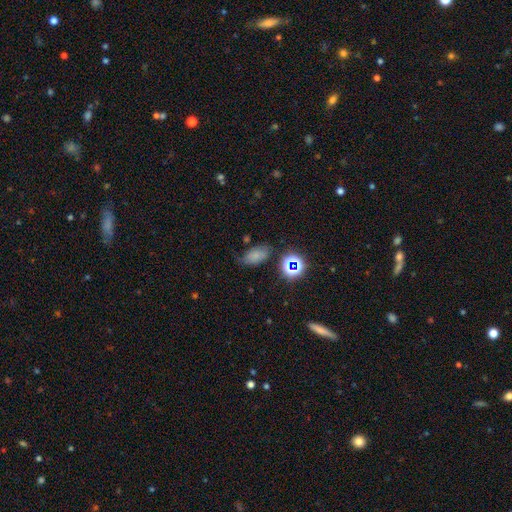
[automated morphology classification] type=smooth (66%); roundness=in between (89%); merging=none (62%).